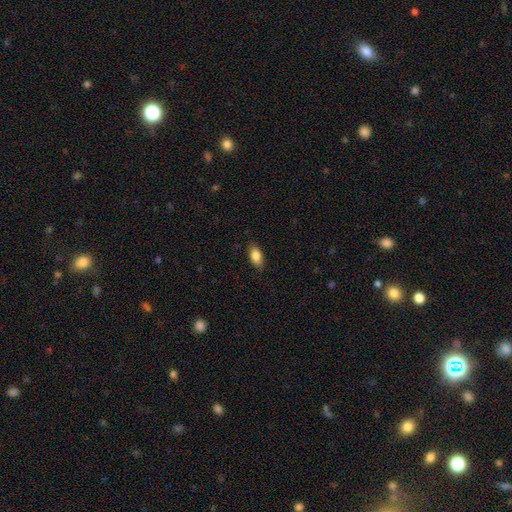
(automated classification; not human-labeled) Overall: smooth (84%). How rounded: in between (89%). Merging: none (85%).